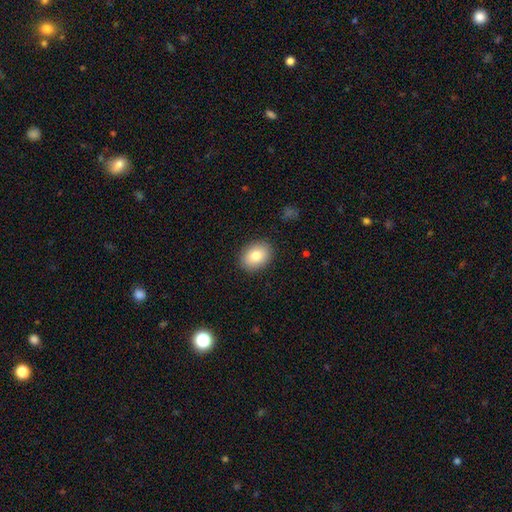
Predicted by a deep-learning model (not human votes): smooth 81%, featured or disk 11%, star or artifact 8%. Down the decision tree: how rounded — in between (66%); merging — none (89%).